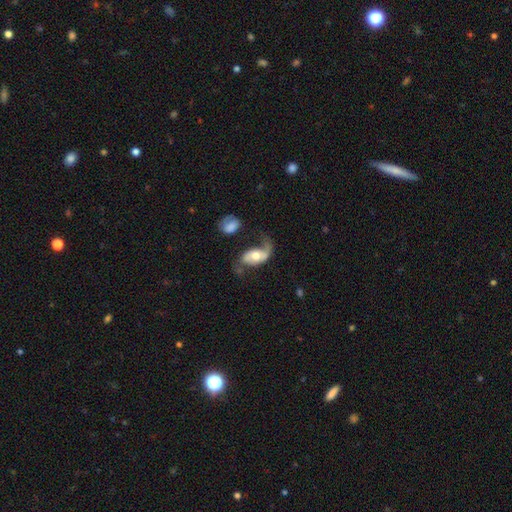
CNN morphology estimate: Overall: featured or disk (64%; smooth 30%). Edge-on disk: no (94%). Bar: no (62%; weak 26%). Spiral arms: yes (81%). Bulge size: moderate (69%). Merging: none (35%; major disturbance 32%).